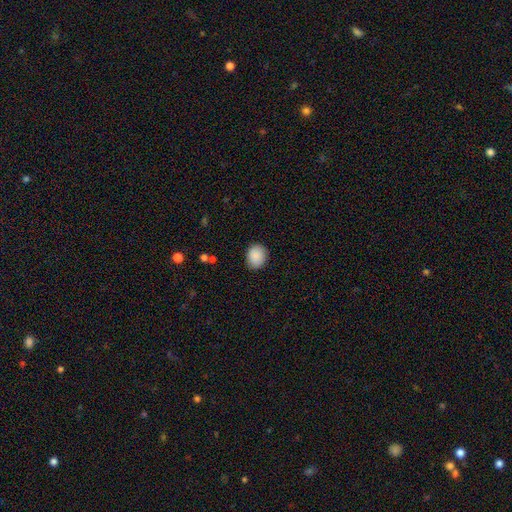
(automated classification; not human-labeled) smooth 90%, star or artifact 7%, featured or disk 3%. Down the decision tree: how rounded — round (58%); merging — none (88%).